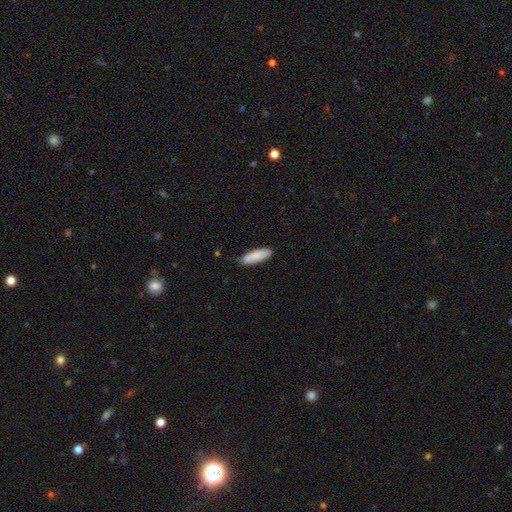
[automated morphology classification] type=smooth (85%); roundness=in between (55%); merging=none (74%).